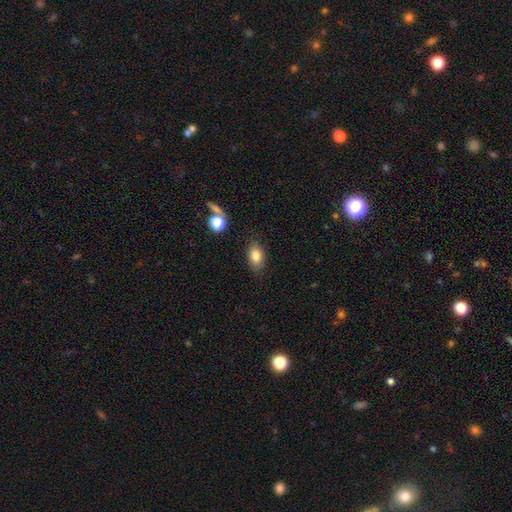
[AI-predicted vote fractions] A smooth galaxy with no disk features (82%) that is in between round and cigar-shaped (86%). Merging: none (83%).